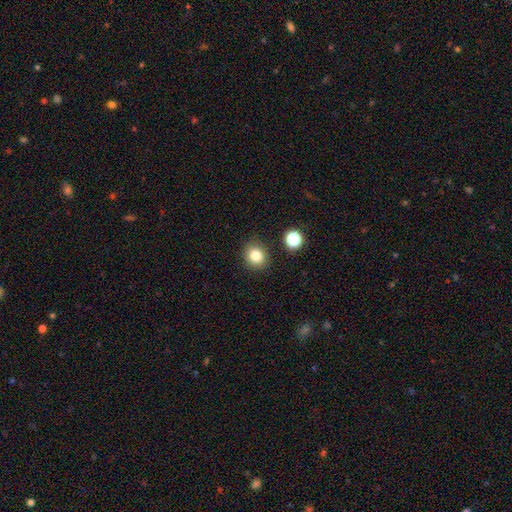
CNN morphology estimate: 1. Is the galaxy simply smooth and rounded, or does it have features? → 81% smooth, 12% star or artifact, 6% featured or disk.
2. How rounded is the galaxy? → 79% round, 20% in between, 1% cigar-shaped.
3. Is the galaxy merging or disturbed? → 87% none, 8% minor disturbance, 3% merger, 2% major disturbance.